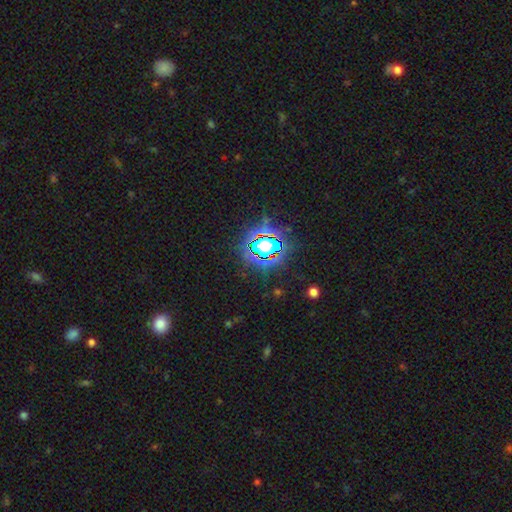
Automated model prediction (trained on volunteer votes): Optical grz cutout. It shows a star or artifact, not a galaxy (71%).